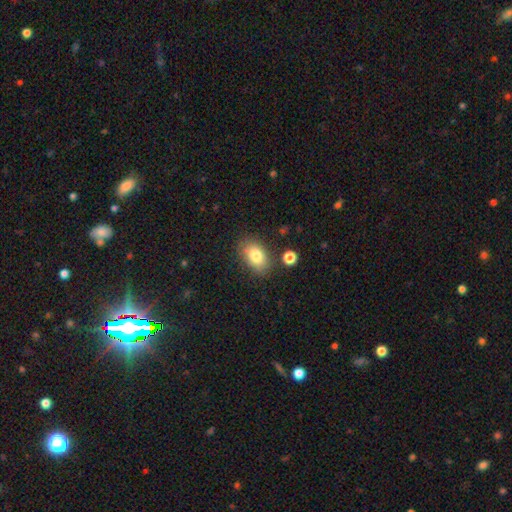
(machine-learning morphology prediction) smooth 81%, featured or disk 11%, star or artifact 9%. Down the decision tree: how rounded — in between (85%); merging — none (78%).